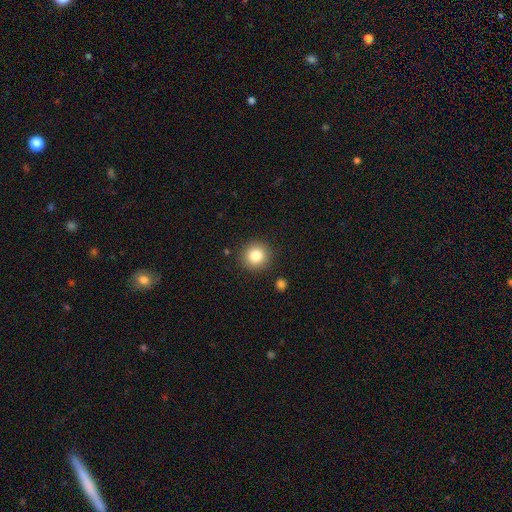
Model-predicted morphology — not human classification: A smooth galaxy with no disk features (83%) that is round (91%). Merging: none (88%).